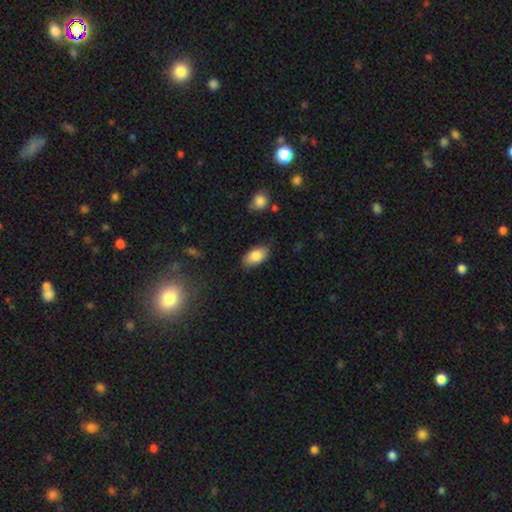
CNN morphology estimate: smooth_or_featured: smooth (p=0.86) [alt: featured or disk p=0.07]
how_rounded: in between (p=0.93) [alt: round p=0.04]
merging: none (p=0.82) [alt: minor disturbance p=0.14]